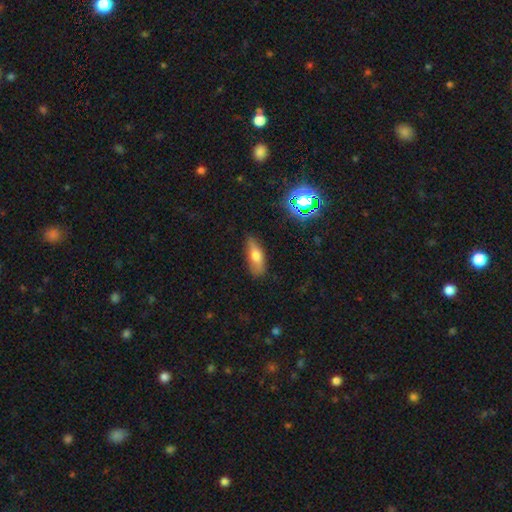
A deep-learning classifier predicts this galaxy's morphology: A smooth galaxy with no disk features (68%) that is in between round and cigar-shaped (62%). Merging: none (77%).